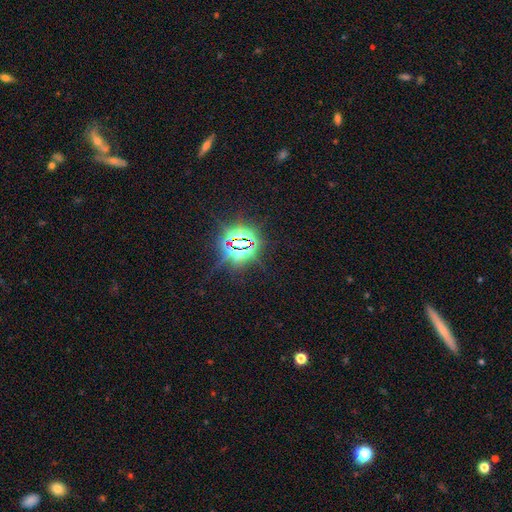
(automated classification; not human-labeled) smooth-or-featured: star or artifact: 81% | smooth: 12% | featured or disk: 7%